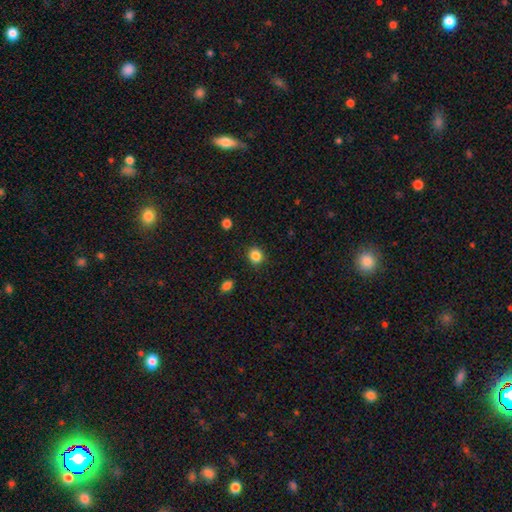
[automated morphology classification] smooth-or-featured: smooth: 86% | star or artifact: 10% | featured or disk: 4%
  how-rounded: round: 83% | in between: 16% | cigar-shaped: 1%
  merging: none: 89% | minor disturbance: 7% | major disturbance: 2% | merger: 1%